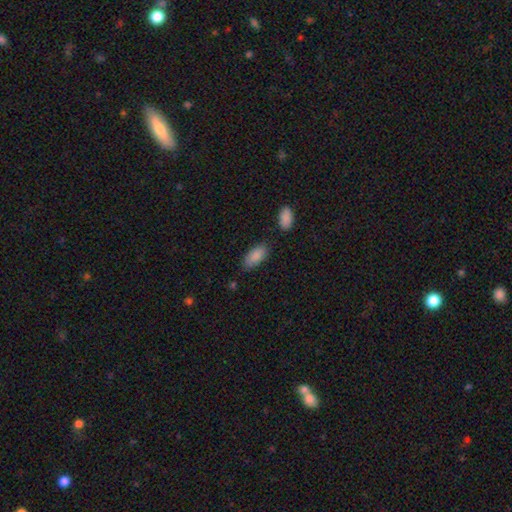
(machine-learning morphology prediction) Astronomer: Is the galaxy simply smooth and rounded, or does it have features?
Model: smooth — 88%.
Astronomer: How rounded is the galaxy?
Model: in between — 90%.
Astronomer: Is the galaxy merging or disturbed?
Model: none — 76%.